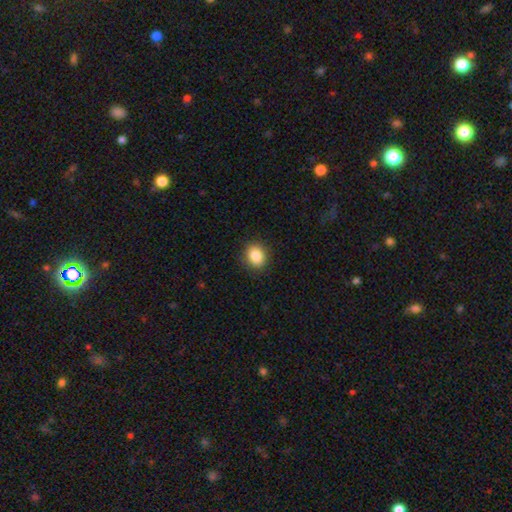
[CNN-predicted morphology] smooth_or_featured: smooth (p=0.86) [alt: star or artifact p=0.09]
how_rounded: round (p=0.72) [alt: in between p=0.27]
merging: none (p=0.89) [alt: minor disturbance p=0.08]